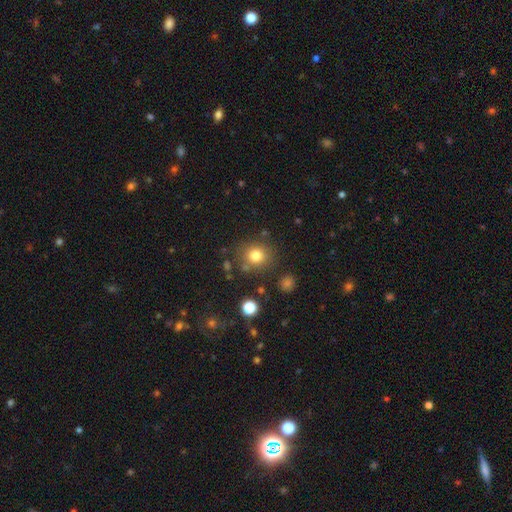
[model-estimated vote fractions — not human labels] smooth_or_featured: smooth (p=0.79) [alt: star or artifact p=0.13]
how_rounded: round (p=0.85) [alt: in between p=0.14]
merging: none (p=0.80) [alt: minor disturbance p=0.10]